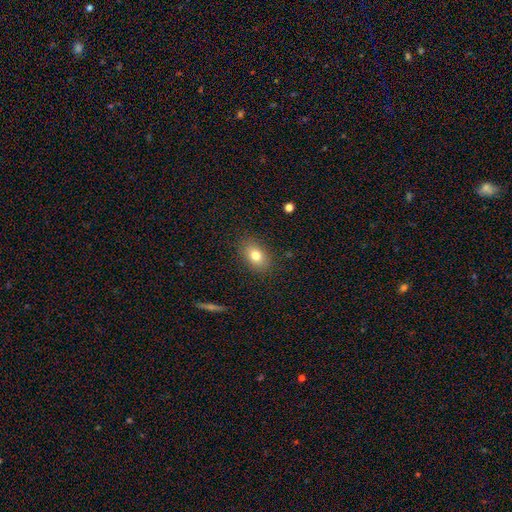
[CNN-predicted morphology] Smooth or featured?
  - smooth: 78% *
  - featured or disk: 12%
  - star or artifact: 10%
How rounded?
  - in between: 81% *
  - round: 17%
  - cigar-shaped: 2%
Merging?
  - none: 86% *
  - minor disturbance: 10%
  - major disturbance: 3%
  - merger: 1%